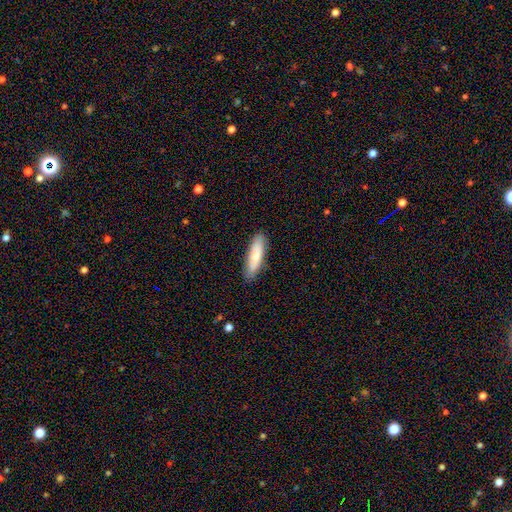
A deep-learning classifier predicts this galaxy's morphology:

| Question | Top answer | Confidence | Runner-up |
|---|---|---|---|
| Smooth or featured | smooth | 74% | featured or disk (21%) |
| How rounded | cigar-shaped | 58% | in between (40%) |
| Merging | none | 86% | minor disturbance (11%) |